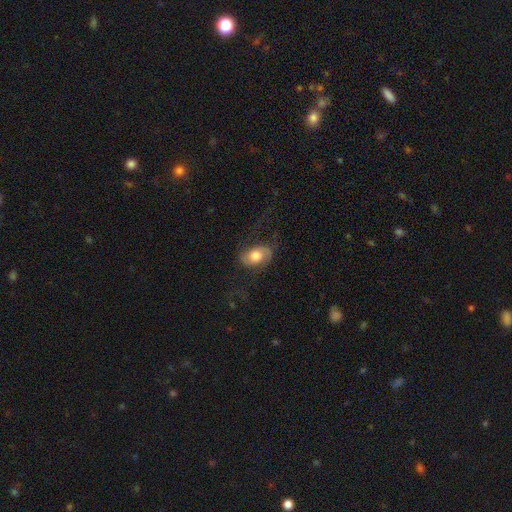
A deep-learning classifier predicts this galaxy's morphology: Q: Smooth or featured?
A: smooth (51%); runner-up: featured or disk (42%)
Q: How rounded?
A: in between (82%); runner-up: round (16%)
Q: Merging?
A: none (59%); runner-up: major disturbance (20%)